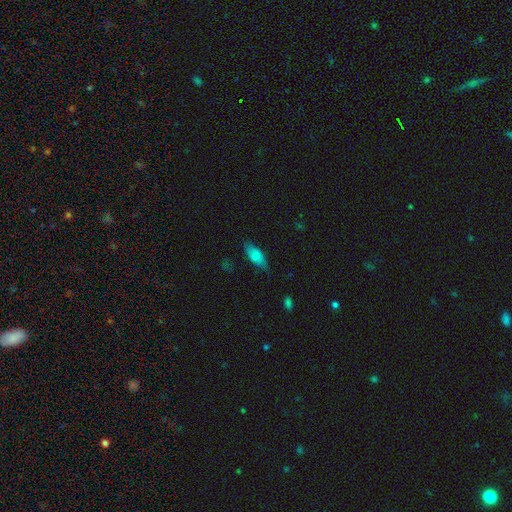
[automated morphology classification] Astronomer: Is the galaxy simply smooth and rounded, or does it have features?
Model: smooth — 77%.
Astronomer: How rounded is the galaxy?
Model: in between — 74%.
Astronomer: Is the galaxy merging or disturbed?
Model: none — 72%.